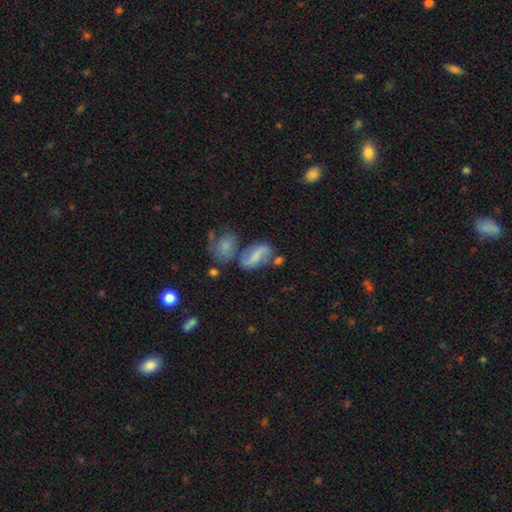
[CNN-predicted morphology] The model was most divided on "smooth or featured": featured or disk: 45%, smooth: 44%, star or artifact: 10%. Remaining: merging — none (49%).